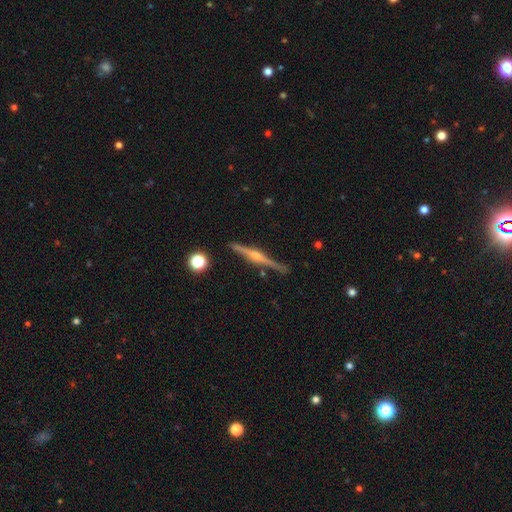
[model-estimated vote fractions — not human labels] A featured or disk galaxy (85%) viewed edge-on (98%) with a rounded central bulge (89%).

Vote fractions:
- Smooth or featured? featured or disk: 85% / smooth: 10% / star or artifact: 6%
- Edge-on disk? yes: 98% / no: 2%
- Edge-on bulge? rounded: 89% / boxy: 7% / none: 4%
- Merging? none: 89% / minor disturbance: 8% / merger: 2% / major disturbance: 2%